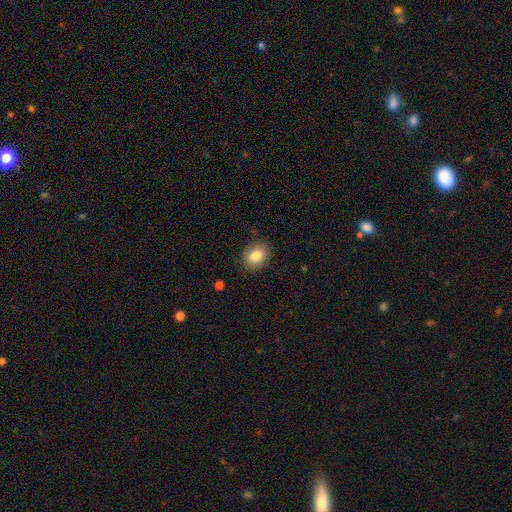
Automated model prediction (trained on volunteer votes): This is clearly a smooth galaxy (82%). How rounded: likely in between (67%). Merging: clearly none (86%).